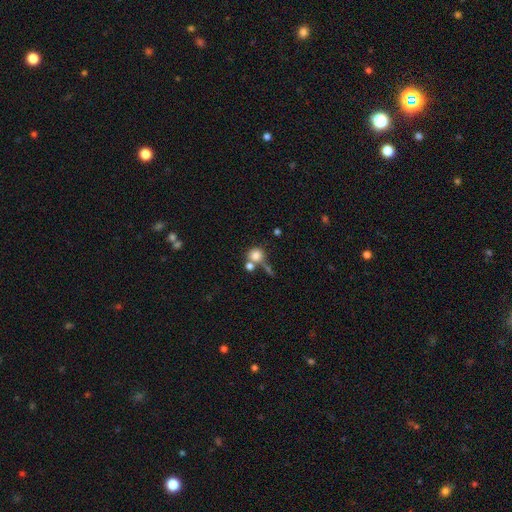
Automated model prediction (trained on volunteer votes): A smooth galaxy with no disk features (78%) that is round (86%).

Vote fractions:
- Smooth or featured? smooth: 78% / star or artifact: 11% / featured or disk: 11%
- How rounded? round: 86% / in between: 12% / cigar-shaped: 2%
- Merging? none: 46% / merger: 36% / minor disturbance: 11% / major disturbance: 8%